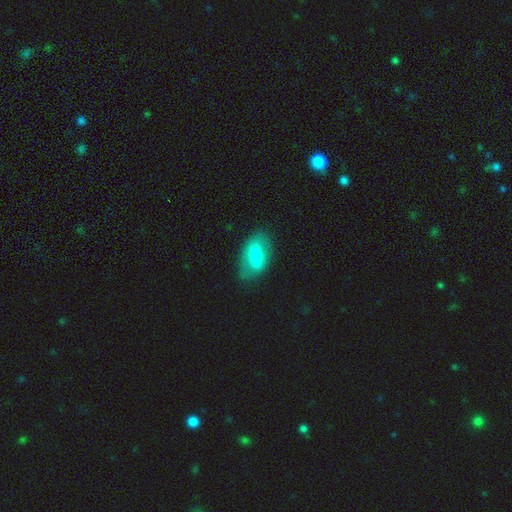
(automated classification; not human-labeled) smooth_or_featured: smooth (p=0.67) [alt: featured or disk p=0.26]
how_rounded: in between (p=0.89) [alt: cigar-shaped p=0.06]
merging: none (p=0.68) [alt: minor disturbance p=0.22]